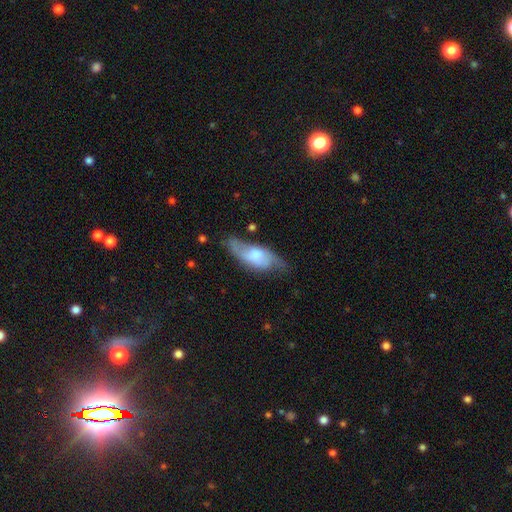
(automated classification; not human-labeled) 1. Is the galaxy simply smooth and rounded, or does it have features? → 53% featured or disk, 41% smooth, 6% star or artifact.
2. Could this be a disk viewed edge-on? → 77% no, 23% yes.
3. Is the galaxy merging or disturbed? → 58% none, 28% minor disturbance, 11% major disturbance, 3% merger.